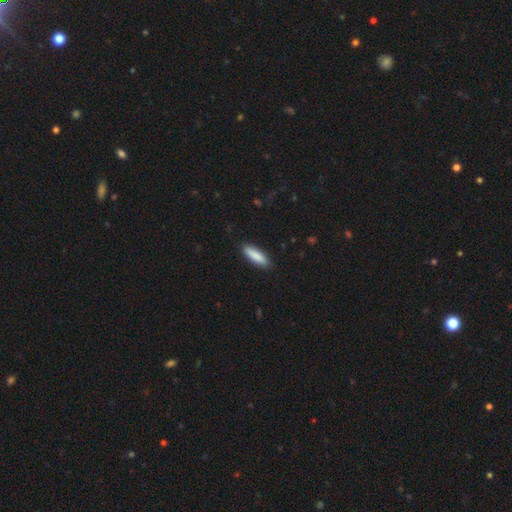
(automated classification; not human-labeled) Smooth or featured? Predicted: smooth (p=0.87). How rounded? Predicted: cigar-shaped (p=0.61). Merging? Predicted: none (p=0.87).